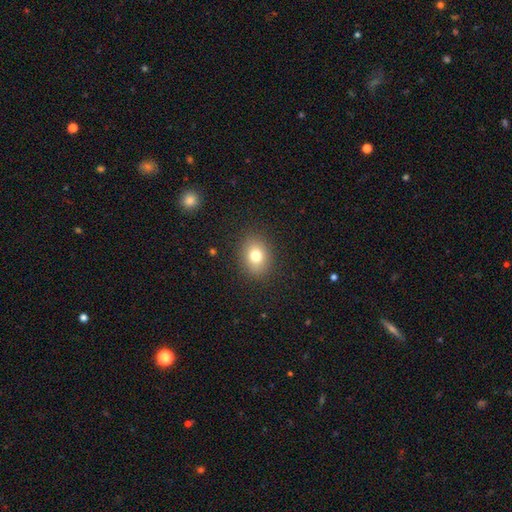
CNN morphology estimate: Smooth or featured?
  - smooth: 77% *
  - star or artifact: 12%
  - featured or disk: 11%
How rounded?
  - round: 54% *
  - in between: 45%
  - cigar-shaped: 1%
Merging?
  - none: 88% *
  - minor disturbance: 8%
  - major disturbance: 3%
  - merger: 1%